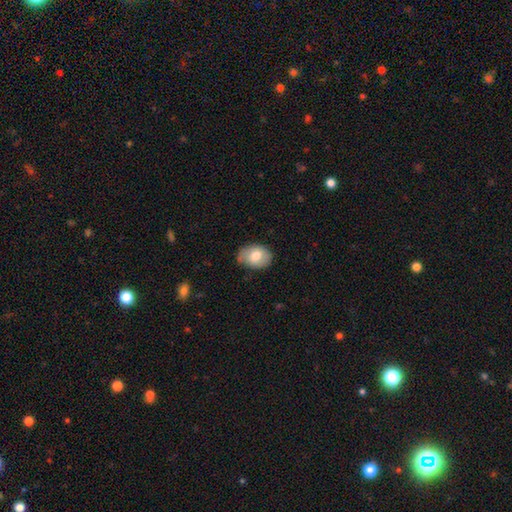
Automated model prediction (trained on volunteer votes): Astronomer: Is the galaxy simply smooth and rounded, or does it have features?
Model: smooth — 74%.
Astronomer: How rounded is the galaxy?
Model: in between — 72%.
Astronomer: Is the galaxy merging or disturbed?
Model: none — 66%.